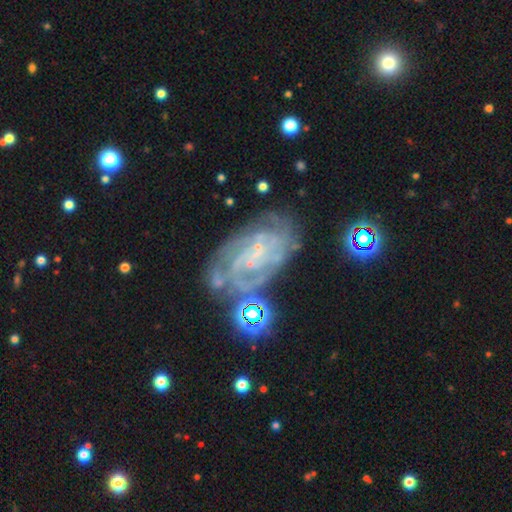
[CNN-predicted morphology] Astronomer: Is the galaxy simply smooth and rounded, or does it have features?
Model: featured or disk — 82%.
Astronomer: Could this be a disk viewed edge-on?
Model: no — 96%.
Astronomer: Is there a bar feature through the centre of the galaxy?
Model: no — 50% (runner-up: weak, 36%).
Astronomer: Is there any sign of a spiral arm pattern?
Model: yes — 94%.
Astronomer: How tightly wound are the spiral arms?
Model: tight — 63%.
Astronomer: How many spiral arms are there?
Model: can't tell — 35% (runner-up: 2, 19%).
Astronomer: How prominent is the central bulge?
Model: small — 74%.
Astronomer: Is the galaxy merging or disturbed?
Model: none — 61%.